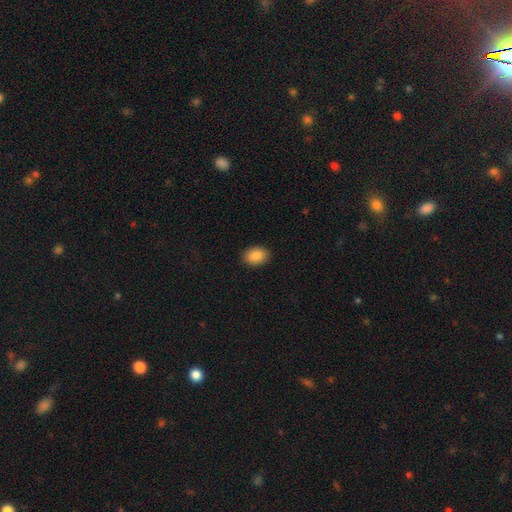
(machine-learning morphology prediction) smooth-or-featured: smooth: 88% | star or artifact: 7% | featured or disk: 4%
  how-rounded: in between: 78% | round: 21% | cigar-shaped: 1%
  merging: none: 90% | minor disturbance: 7% | major disturbance: 2% | merger: 1%